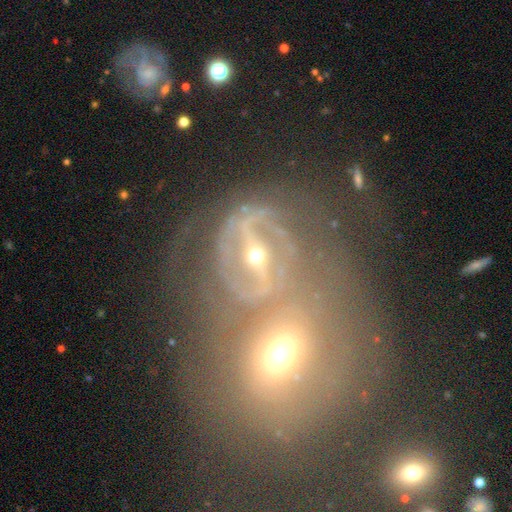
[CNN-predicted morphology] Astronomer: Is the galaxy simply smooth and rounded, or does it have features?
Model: featured or disk — 71%.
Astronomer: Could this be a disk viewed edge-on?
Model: no — 94%.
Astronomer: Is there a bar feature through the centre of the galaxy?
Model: no — 37% (runner-up: weak, 36%).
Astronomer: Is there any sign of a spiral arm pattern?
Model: yes — 75%.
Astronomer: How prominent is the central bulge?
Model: small — 47% (runner-up: moderate, 44%).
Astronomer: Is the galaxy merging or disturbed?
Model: merger — 57%.